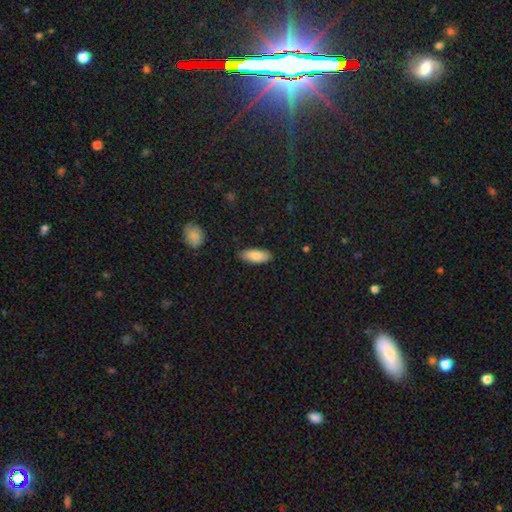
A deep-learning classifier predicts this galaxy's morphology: Smooth or featured? smooth (83%)
How rounded? in between (80%)
Merging? none (84%)